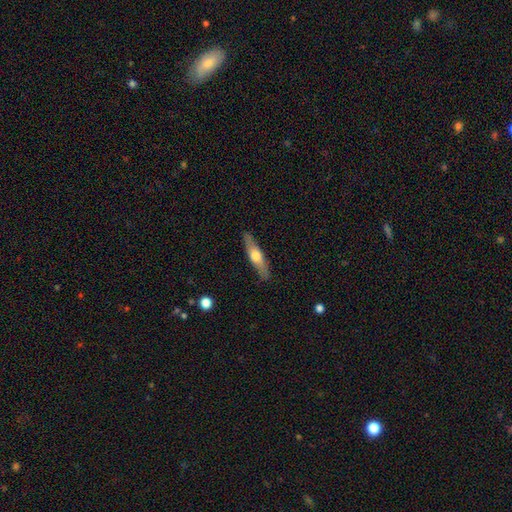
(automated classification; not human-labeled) A featured or disk galaxy (48%). Merging: none (87%).